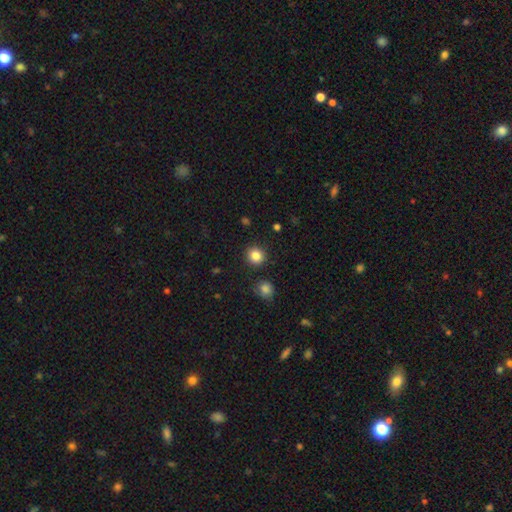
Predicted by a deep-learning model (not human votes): smooth_or_featured: smooth (p=0.85) [alt: star or artifact p=0.11]
how_rounded: round (p=0.91) [alt: in between p=0.08]
merging: none (p=0.90) [alt: minor disturbance p=0.06]